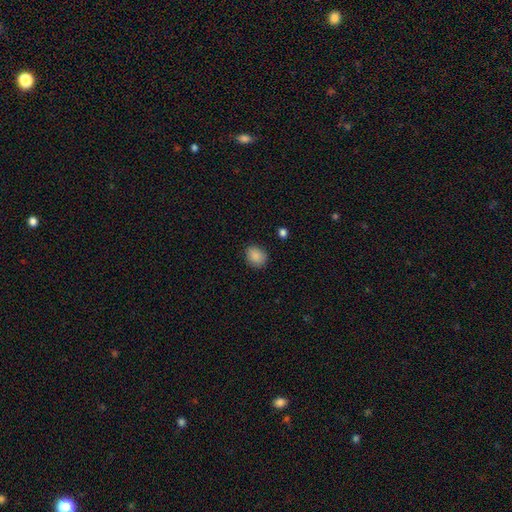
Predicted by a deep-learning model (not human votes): smooth-or-featured: smooth: 88% | star or artifact: 9% | featured or disk: 4%
  how-rounded: round: 59% | in between: 40% | cigar-shaped: 1%
  merging: none: 83% | minor disturbance: 13% | major disturbance: 3% | merger: 1%